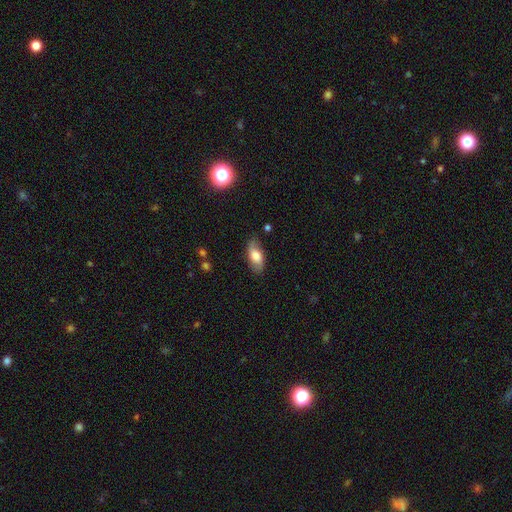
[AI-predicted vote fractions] Q: Smooth or featured?
A: smooth (68%); runner-up: featured or disk (25%)
Q: How rounded?
A: in between (88%); runner-up: cigar-shaped (8%)
Q: Merging?
A: none (77%); runner-up: minor disturbance (18%)